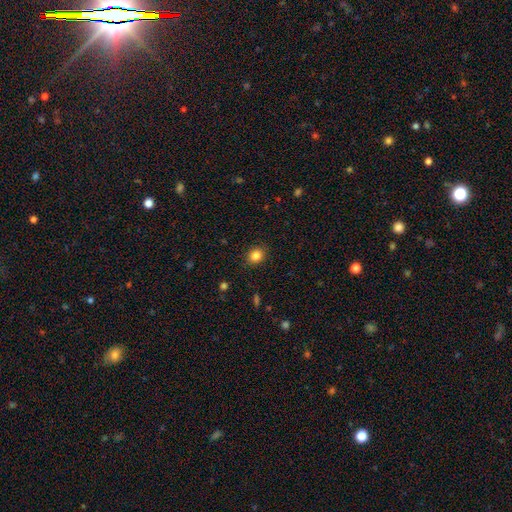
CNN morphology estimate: Smooth or featured: smooth — 84% (star or artifact — 11%)
How rounded: round — 68% (in between — 31%)
Merging: none — 88% (minor disturbance — 9%)